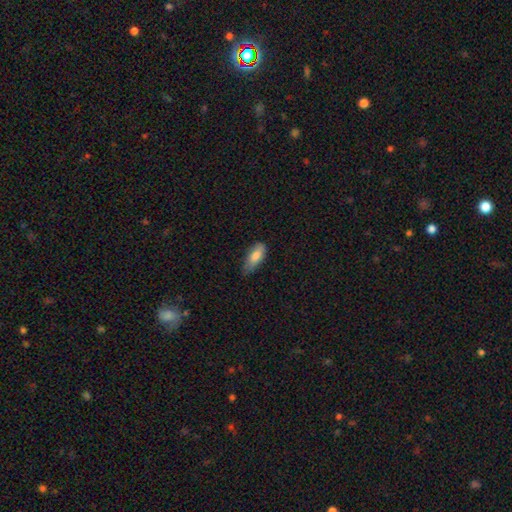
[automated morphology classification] Q: Smooth or featured?
A: smooth (79%); runner-up: featured or disk (15%)
Q: How rounded?
A: in between (81%); runner-up: cigar-shaped (17%)
Q: Merging?
A: none (53%); runner-up: minor disturbance (38%)